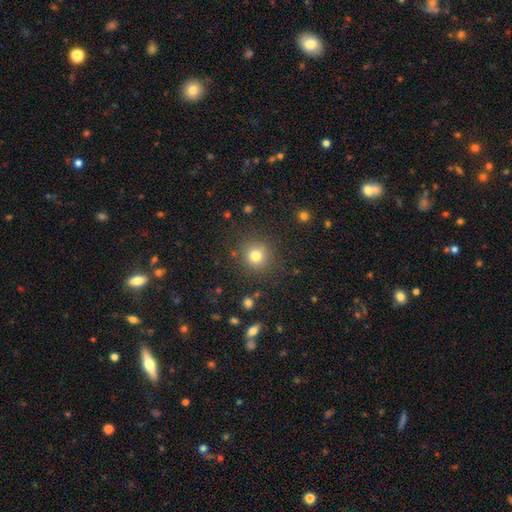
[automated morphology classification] Smooth or featured: smooth — 79% (star or artifact — 14%)
How rounded: round — 92% (in between — 7%)
Merging: none — 86% (minor disturbance — 8%)